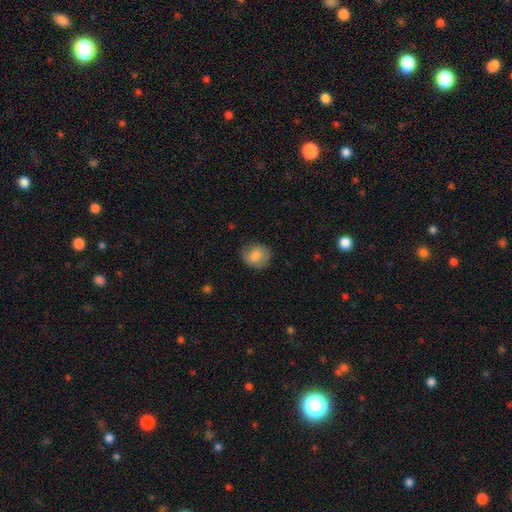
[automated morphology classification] Smooth or featured: smooth — 80% (featured or disk — 13%)
How rounded: round — 79% (in between — 20%)
Merging: none — 79% (minor disturbance — 16%)